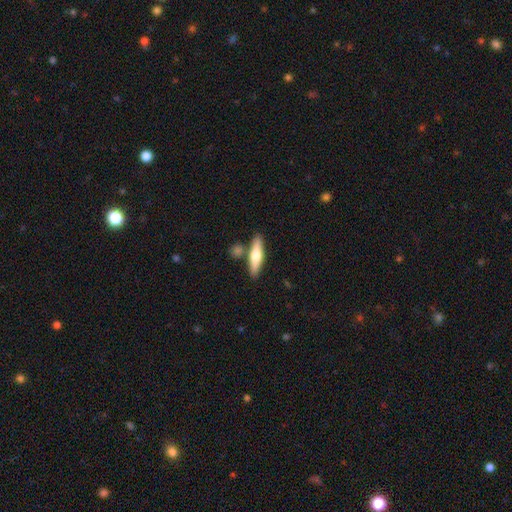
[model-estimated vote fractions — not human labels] Smooth or featured?
  - smooth: 55% *
  - featured or disk: 40%
  - star or artifact: 5%
How rounded?
  - cigar-shaped: 72% *
  - in between: 25%
  - round: 3%
Merging?
  - none: 76% *
  - merger: 11%
  - minor disturbance: 10%
  - major disturbance: 2%